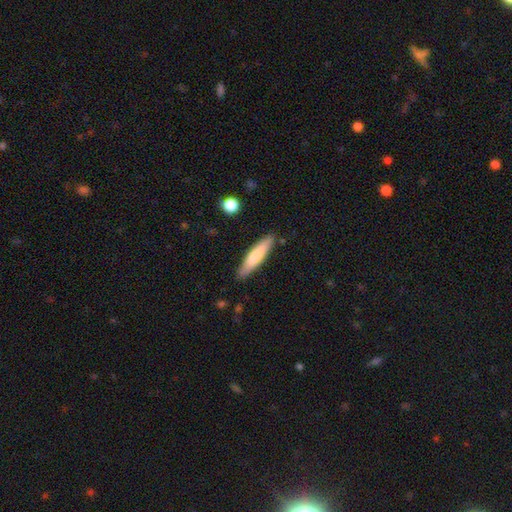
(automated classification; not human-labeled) Q: Smooth or featured?
A: smooth (75%); runner-up: featured or disk (20%)
Q: How rounded?
A: cigar-shaped (82%); runner-up: in between (17%)
Q: Merging?
A: none (87%); runner-up: minor disturbance (10%)